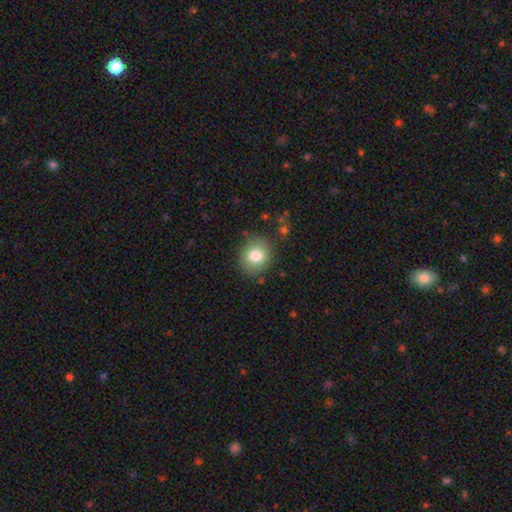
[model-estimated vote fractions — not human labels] The model was most divided on "how rounded": round: 77%, in between: 22%, cigar-shaped: 1%. More confident: merging — none (84%); smooth or featured — smooth (80%).